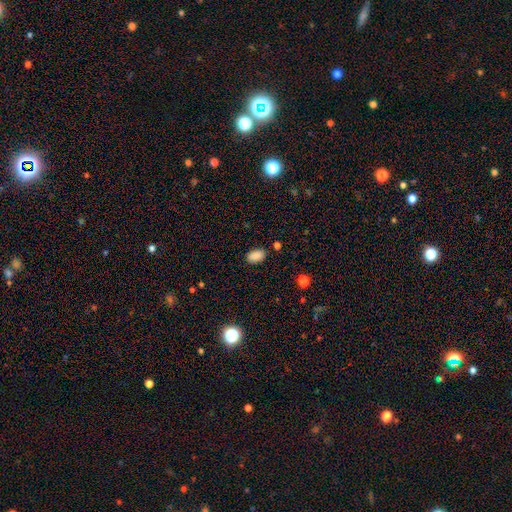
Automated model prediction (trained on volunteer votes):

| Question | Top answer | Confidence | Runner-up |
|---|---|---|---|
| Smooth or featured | smooth | 87% | star or artifact (9%) |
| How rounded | in between | 91% | round (7%) |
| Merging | none | 84% | minor disturbance (11%) |